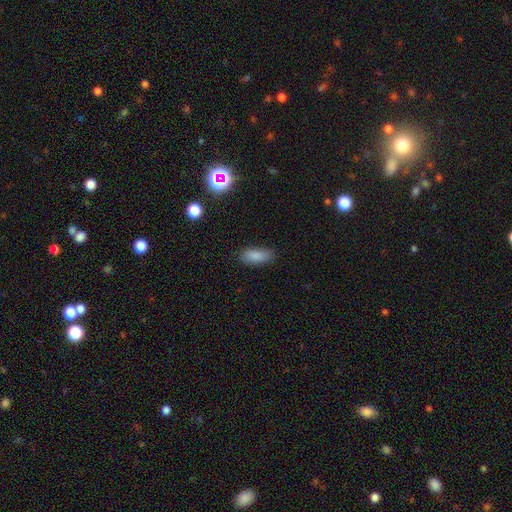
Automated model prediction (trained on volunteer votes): Smooth or featured?
  - smooth: 86% *
  - star or artifact: 8%
  - featured or disk: 5%
How rounded?
  - in between: 80% *
  - cigar-shaped: 18%
  - round: 3%
Merging?
  - none: 84% *
  - minor disturbance: 12%
  - major disturbance: 3%
  - merger: 1%